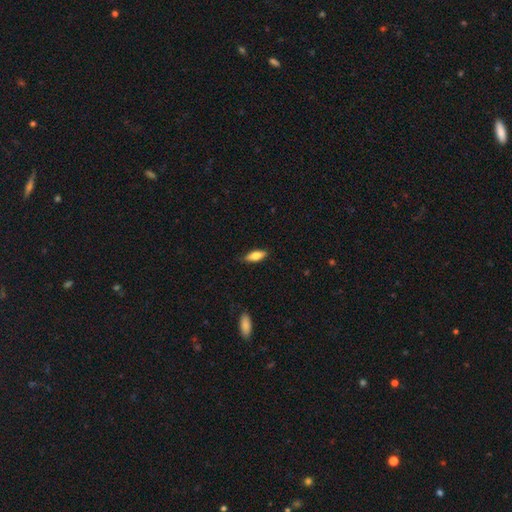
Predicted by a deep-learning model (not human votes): This is likely a smooth galaxy (72%). How rounded: likely in between (68%). Merging: clearly none (86%).